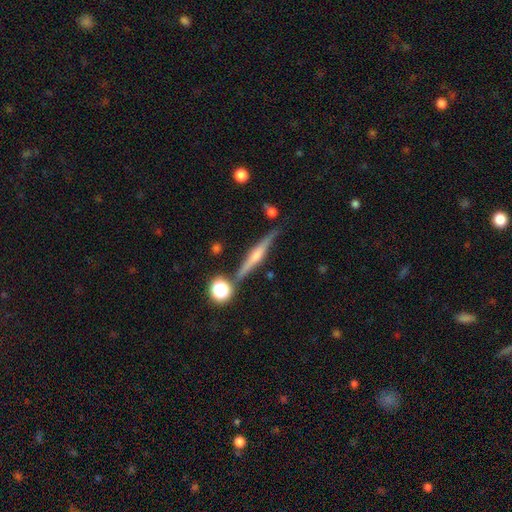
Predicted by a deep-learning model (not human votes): Smooth or featured? Predicted: featured or disk (p=0.76). Edge-on disk? Predicted: yes (p=0.97). Edge-on bulge? Predicted: rounded (p=0.80). Merging? Predicted: none (p=0.84).